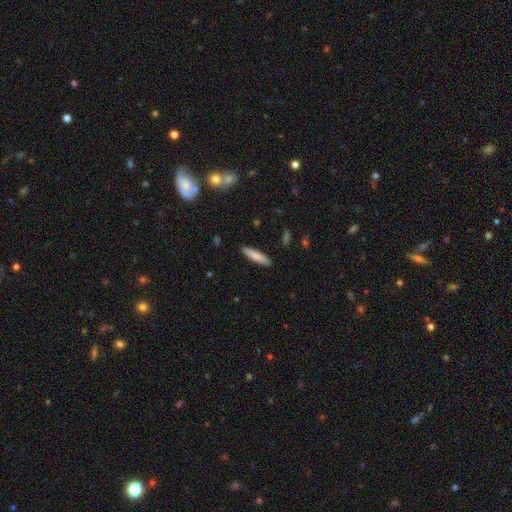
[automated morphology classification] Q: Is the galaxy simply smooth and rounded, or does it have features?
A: smooth — 80%.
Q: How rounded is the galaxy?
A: cigar-shaped — 85%.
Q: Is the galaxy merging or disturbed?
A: none — 90%.